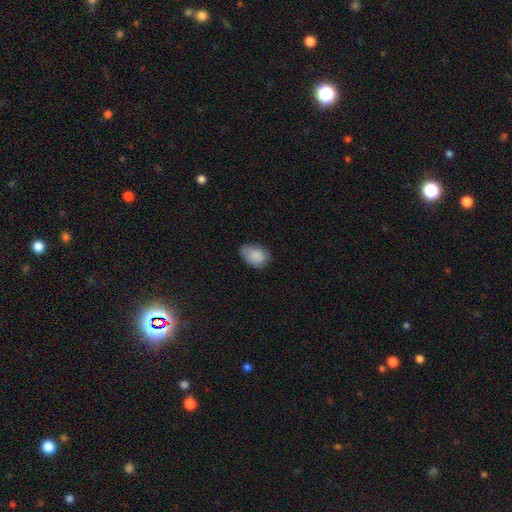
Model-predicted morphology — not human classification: Smooth or featured?
  - smooth: 86% *
  - star or artifact: 8%
  - featured or disk: 6%
How rounded?
  - in between: 82% *
  - round: 17%
  - cigar-shaped: 1%
Merging?
  - none: 61% *
  - minor disturbance: 31%
  - major disturbance: 6%
  - merger: 1%